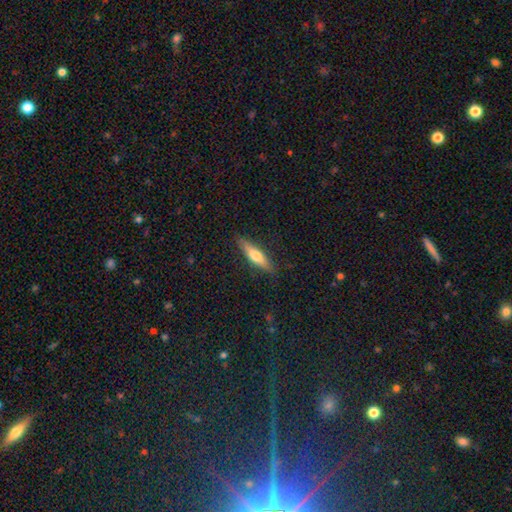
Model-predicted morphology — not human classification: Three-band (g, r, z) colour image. It shows a smooth galaxy with no disk features (57%) that is cigar-shaped (75%). Merging: none (86%).